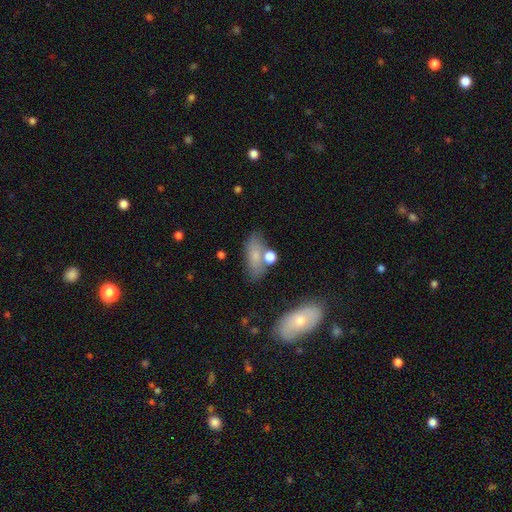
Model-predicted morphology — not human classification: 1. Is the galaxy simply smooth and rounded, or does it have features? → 71% smooth, 19% featured or disk, 10% star or artifact.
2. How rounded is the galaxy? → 80% in between, 13% cigar-shaped, 7% round.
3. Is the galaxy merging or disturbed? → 61% none, 19% minor disturbance, 14% merger, 7% major disturbance.